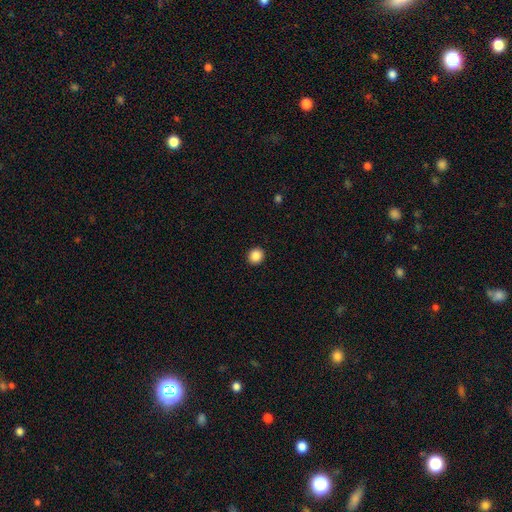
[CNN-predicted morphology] Smooth or featured? Predicted: smooth (p=0.88). How rounded? Predicted: round (p=0.88). Merging? Predicted: none (p=0.93).